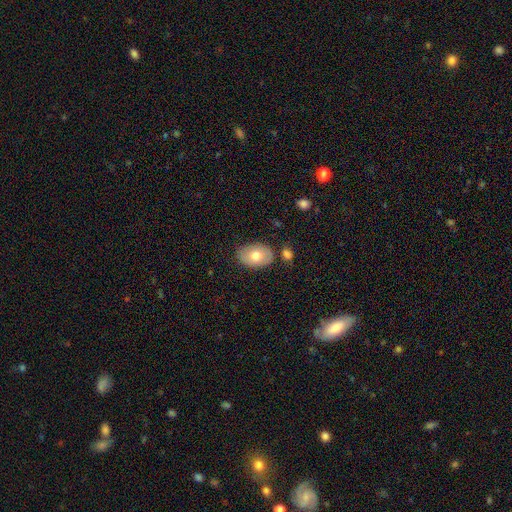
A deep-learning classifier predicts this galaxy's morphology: This is likely a smooth galaxy (72%). How rounded: clearly in between (83%). Merging: likely none (74%).